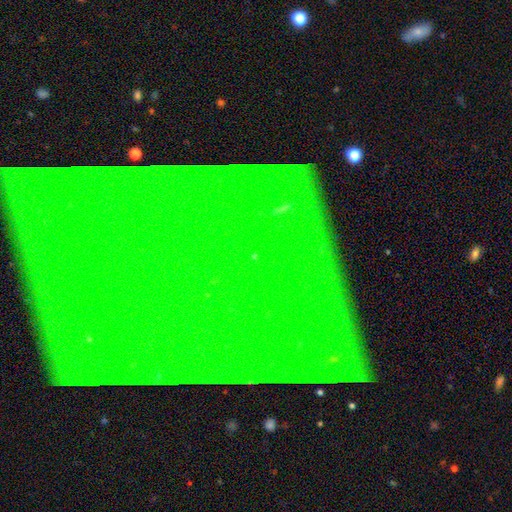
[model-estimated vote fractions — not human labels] star or artifact 85%, featured or disk 8%, smooth 7%.